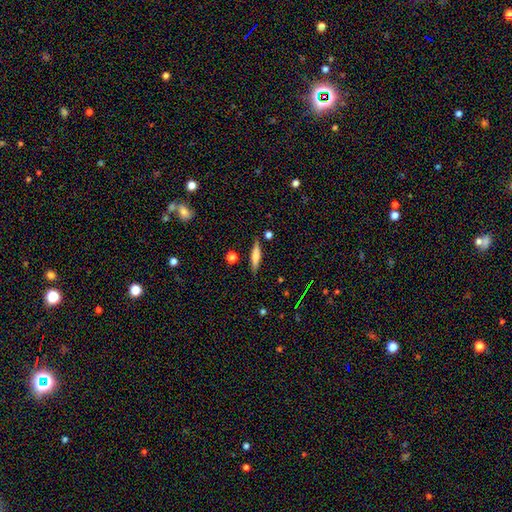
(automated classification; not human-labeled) Overall: smooth (62%; featured or disk 31%). How rounded: cigar-shaped (83%). Merging: none (84%).